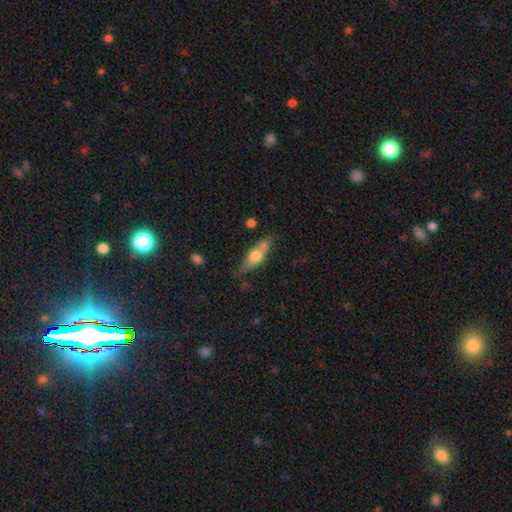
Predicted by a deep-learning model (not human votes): Q: Smooth or featured?
A: smooth (54%); runner-up: featured or disk (39%)
Q: How rounded?
A: in between (50%); runner-up: cigar-shaped (45%)
Q: Merging?
A: none (52%); runner-up: minor disturbance (21%)